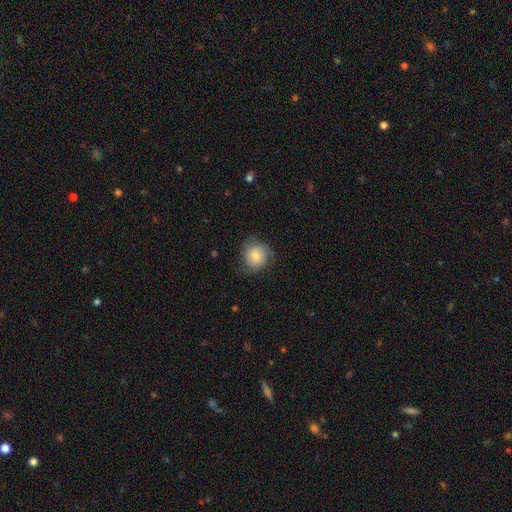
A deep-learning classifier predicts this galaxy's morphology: This appears to be a smooth galaxy with no disk features (73%) that is round (84%). Merging: none (68%).